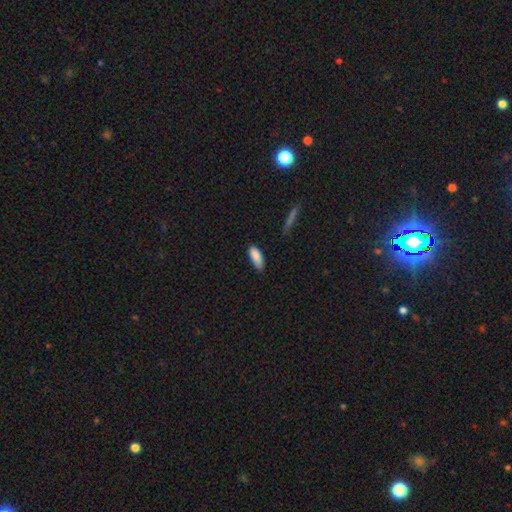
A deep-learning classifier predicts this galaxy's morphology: Smooth or featured?
  - smooth: 87% *
  - star or artifact: 7%
  - featured or disk: 6%
How rounded?
  - in between: 74% *
  - cigar-shaped: 25%
  - round: 2%
Merging?
  - none: 70% *
  - minor disturbance: 24%
  - major disturbance: 4%
  - merger: 2%